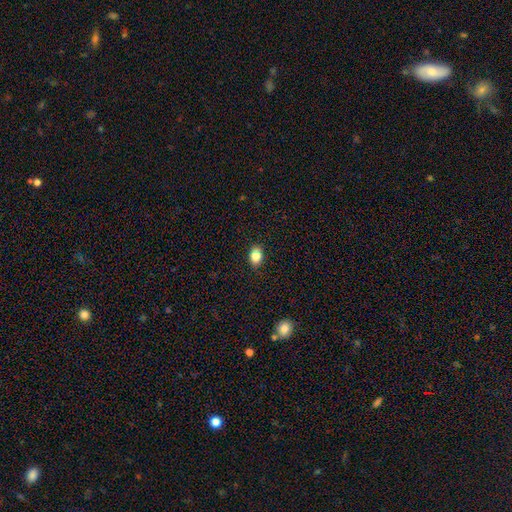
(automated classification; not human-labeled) The model was most divided on "how rounded": in between: 77%, round: 21%, cigar-shaped: 2%. More confident: merging — none (88%); smooth or featured — smooth (83%).